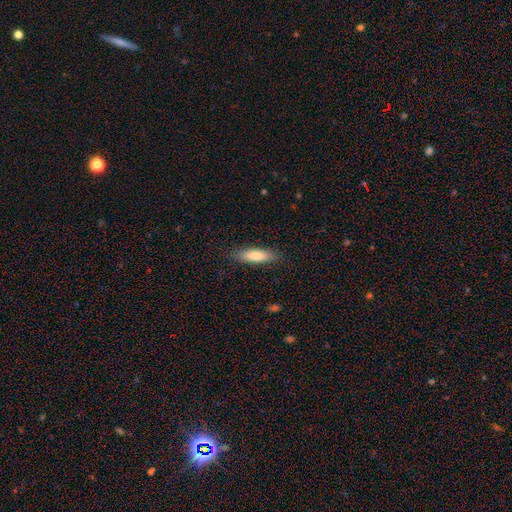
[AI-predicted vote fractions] Smooth or featured? smooth (76%)
How rounded? cigar-shaped (64%)
Merging? none (87%)